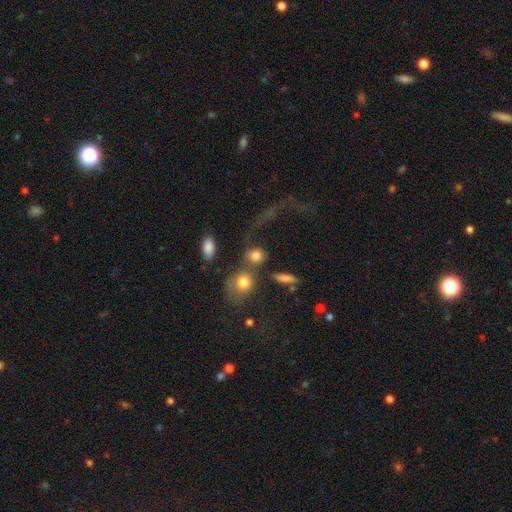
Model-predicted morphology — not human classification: type=smooth (76%); roundness=round (66%); merging=merger (36%, tied with none).